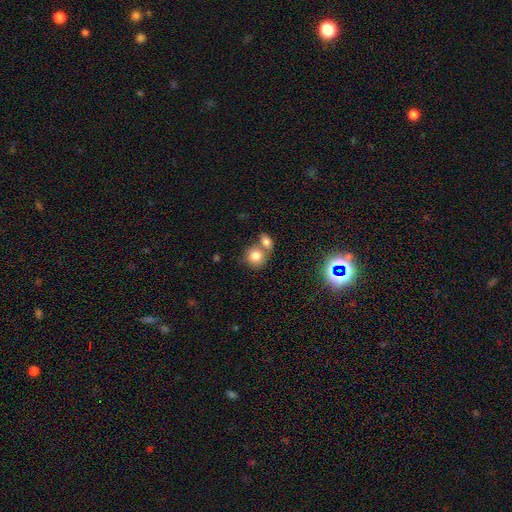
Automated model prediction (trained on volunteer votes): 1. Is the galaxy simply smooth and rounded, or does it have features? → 80% smooth, 10% featured or disk, 10% star or artifact.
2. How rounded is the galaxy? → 79% round, 20% in between, 1% cigar-shaped.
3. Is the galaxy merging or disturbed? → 48% merger, 41% none, 8% minor disturbance, 3% major disturbance.